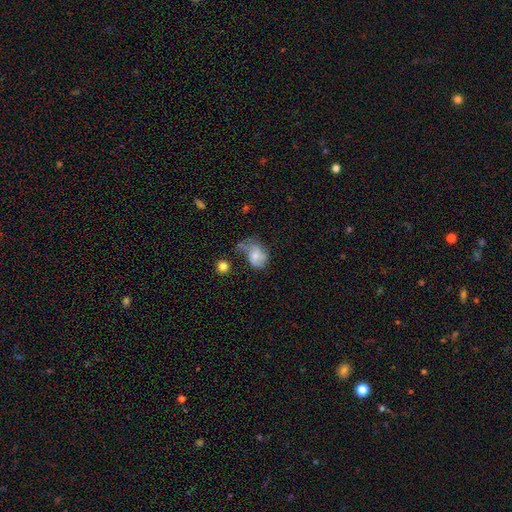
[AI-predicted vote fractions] Q: Smooth or featured?
A: smooth (53%); runner-up: featured or disk (37%)
Q: How rounded?
A: in between (68%); runner-up: round (31%)
Q: Merging?
A: major disturbance (34%); runner-up: minor disturbance (32%)